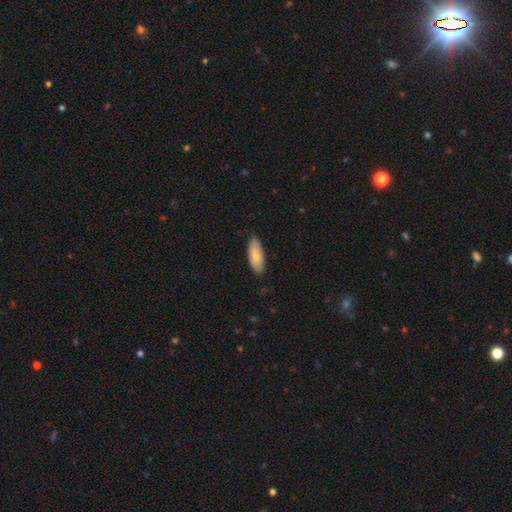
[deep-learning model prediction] smooth 80%, featured or disk 14%, star or artifact 5%. Down the decision tree: how rounded — in between (75%); merging — none (75%).